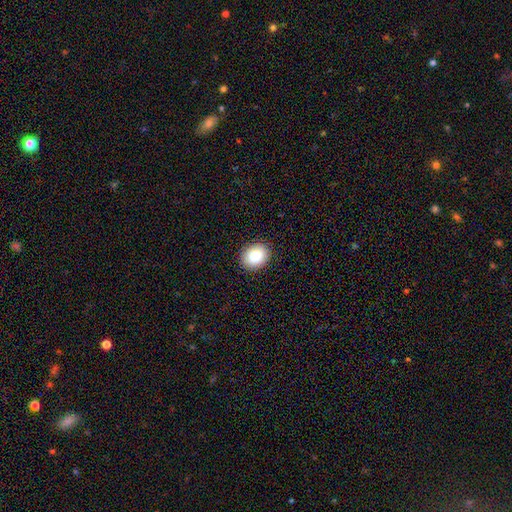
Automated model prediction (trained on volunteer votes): Q: Smooth or featured?
A: smooth (86%); runner-up: star or artifact (8%)
Q: How rounded?
A: in between (53%); runner-up: round (46%)
Q: Merging?
A: none (90%); runner-up: minor disturbance (7%)